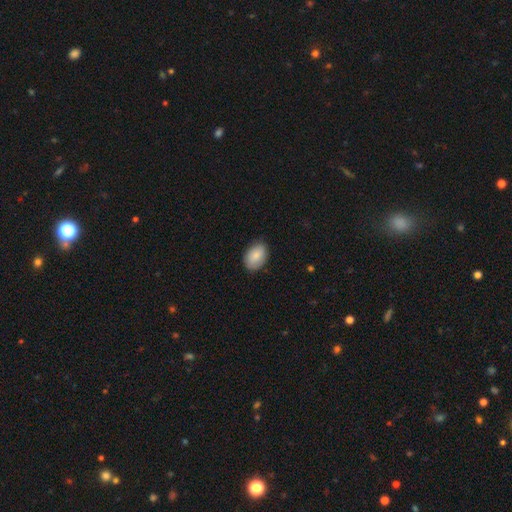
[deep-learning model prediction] Smooth or featured: smooth — 84% (featured or disk — 9%)
How rounded: in between — 86% (round — 13%)
Merging: none — 82% (minor disturbance — 14%)